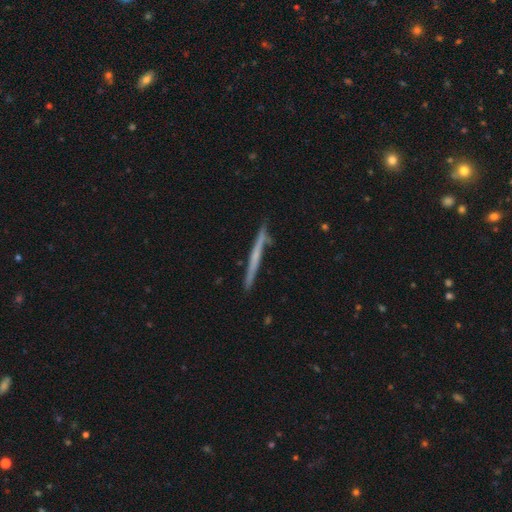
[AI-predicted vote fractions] This appears to be a featured or disk galaxy (56%) viewed edge-on (97%) with no central bulge (81%). Merging: none (86%).